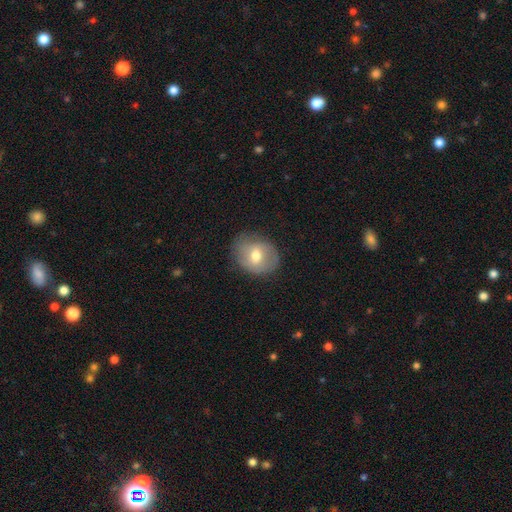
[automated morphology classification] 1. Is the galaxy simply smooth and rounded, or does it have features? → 59% smooth, 33% featured or disk, 8% star or artifact.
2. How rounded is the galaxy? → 52% round, 47% in between, 1% cigar-shaped.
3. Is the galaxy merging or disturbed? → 74% none, 19% minor disturbance, 6% major disturbance, 1% merger.